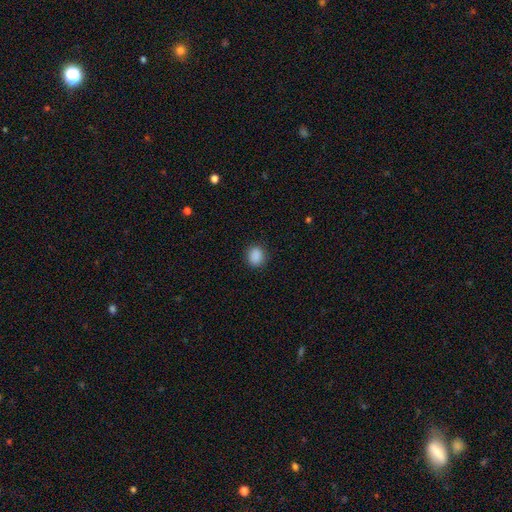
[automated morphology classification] smooth-or-featured: smooth: 89% | star or artifact: 9% | featured or disk: 3%
  how-rounded: round: 64% | in between: 35% | cigar-shaped: 1%
  merging: none: 88% | minor disturbance: 9% | major disturbance: 3% | merger: 1%